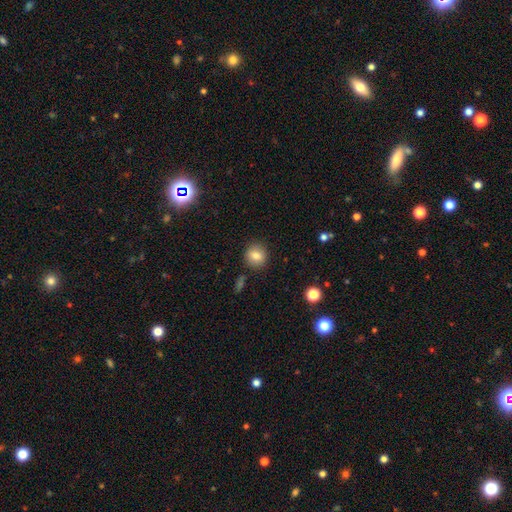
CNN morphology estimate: Smooth or featured? smooth (83%)
How rounded? round (85%)
Merging? none (88%)